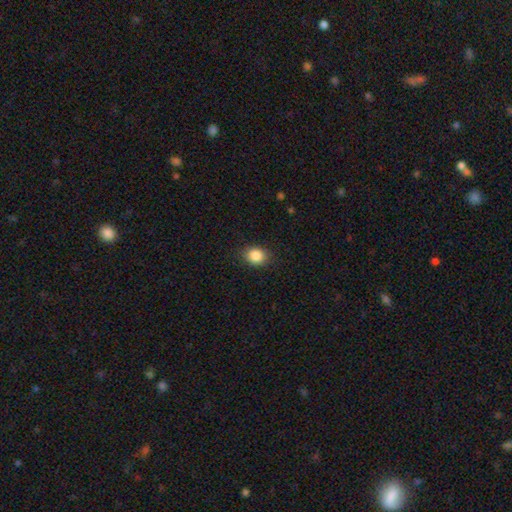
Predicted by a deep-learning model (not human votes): smooth-or-featured: smooth: 86% | star or artifact: 9% | featured or disk: 5%
  how-rounded: round: 53% | in between: 46% | cigar-shaped: 1%
  merging: none: 86% | minor disturbance: 10% | major disturbance: 3% | merger: 1%